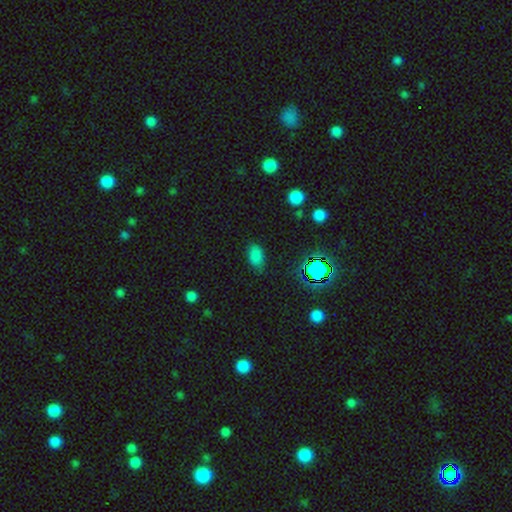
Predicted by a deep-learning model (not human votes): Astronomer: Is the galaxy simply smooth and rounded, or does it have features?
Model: smooth — 75%.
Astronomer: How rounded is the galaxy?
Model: in between — 90%.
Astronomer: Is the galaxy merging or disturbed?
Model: none — 76%.